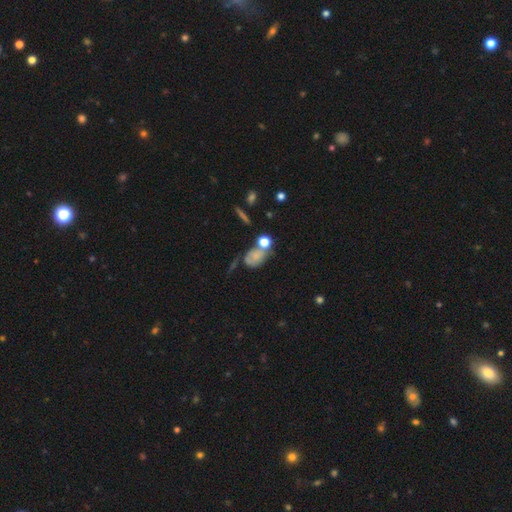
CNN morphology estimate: This is likely a smooth galaxy (67%). How rounded: likely in between (67%). Merging: marginally none (37%).